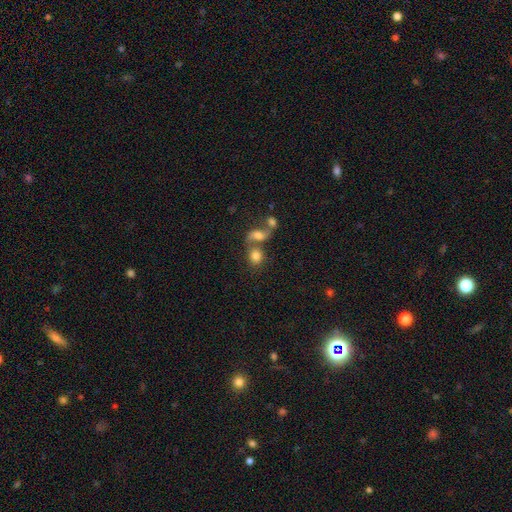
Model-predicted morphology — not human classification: Overall: smooth (72%). How rounded: round (66%; in between 33%). Merging: merger (51%; none 34%).